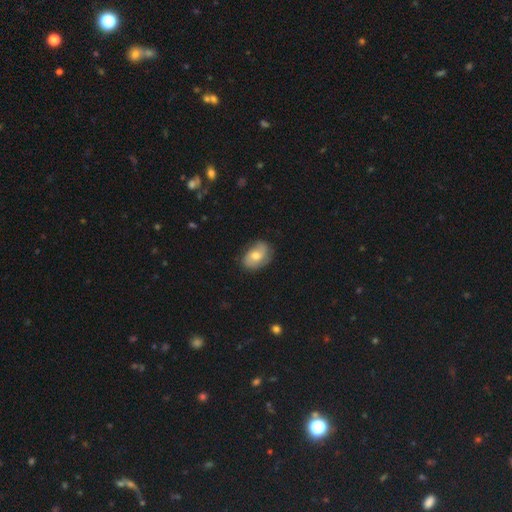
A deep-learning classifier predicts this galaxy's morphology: smooth 49%, featured or disk 44%, star or artifact 7%. Down the decision tree: merging — none (74%).